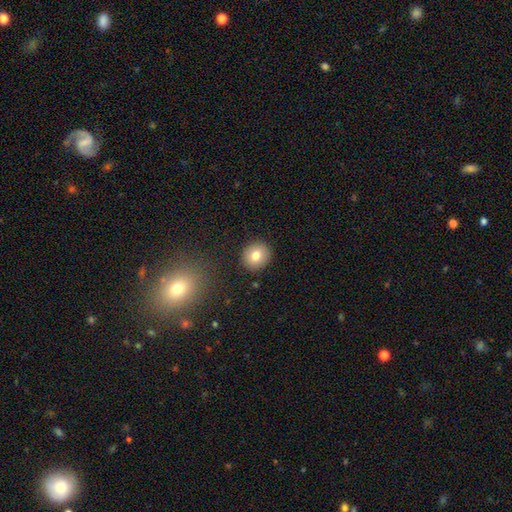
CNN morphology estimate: This is likely a smooth galaxy (79%). How rounded: clearly round (84%). Merging: clearly none (90%).